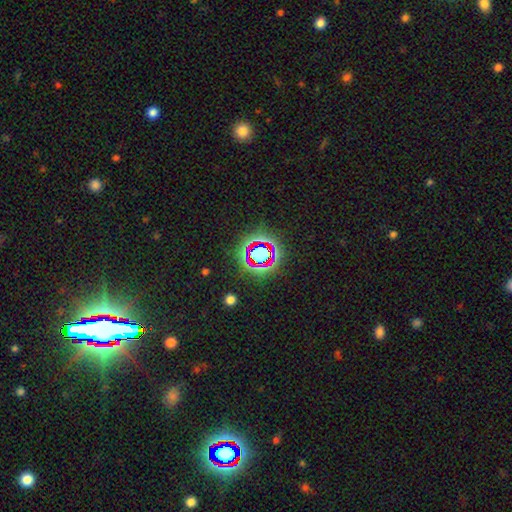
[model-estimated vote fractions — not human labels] Smooth or featured: star or artifact — 68% (smooth — 20%)